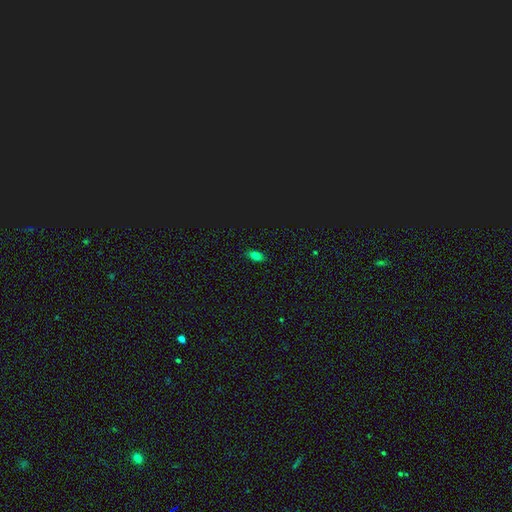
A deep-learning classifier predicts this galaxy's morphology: This is likely a smooth galaxy (74%). How rounded: clearly in between (87%). Merging: clearly none (86%).